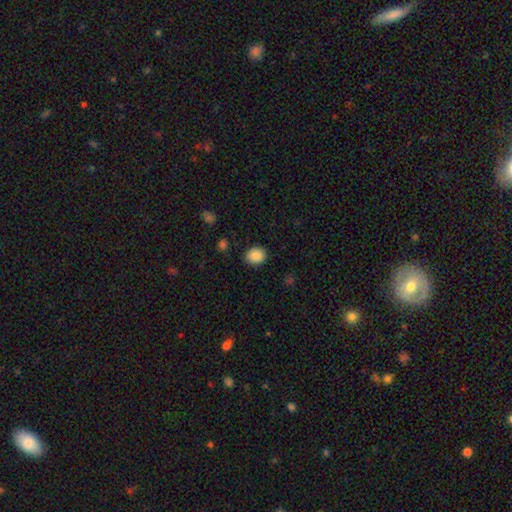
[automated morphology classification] Smooth or featured: smooth — 87% (star or artifact — 8%)
How rounded: round — 58% (in between — 41%)
Merging: none — 88% (minor disturbance — 9%)